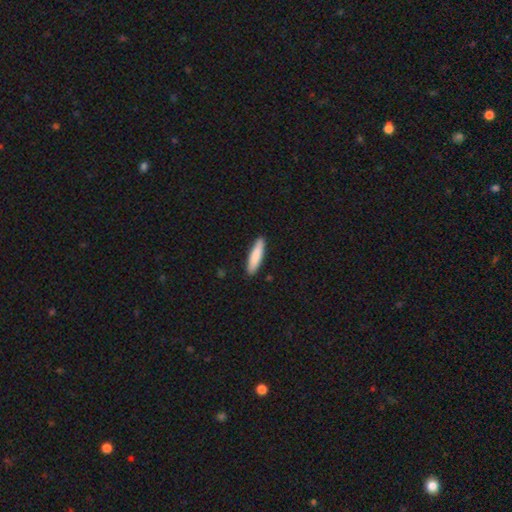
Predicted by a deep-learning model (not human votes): Smooth or featured?
  - smooth: 85% *
  - featured or disk: 10%
  - star or artifact: 5%
How rounded?
  - cigar-shaped: 79% *
  - in between: 19%
  - round: 1%
Merging?
  - none: 89% *
  - minor disturbance: 8%
  - major disturbance: 1%
  - merger: 1%